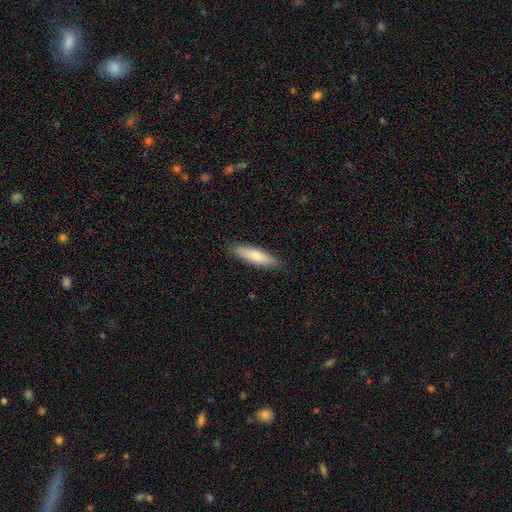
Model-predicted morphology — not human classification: smooth 76%, featured or disk 19%, star or artifact 5%. Down the decision tree: how rounded — cigar-shaped (73%); merging — none (88%).